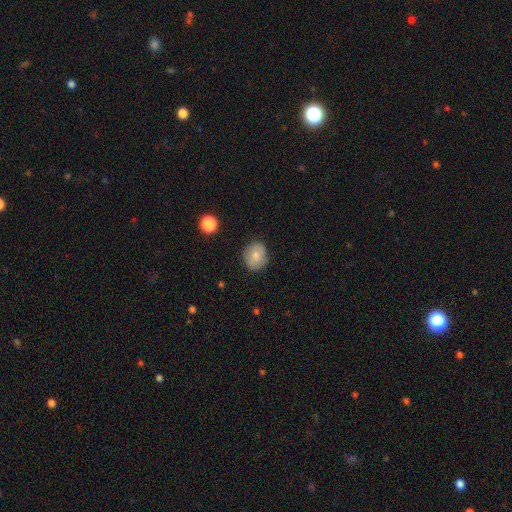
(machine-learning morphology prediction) Smooth or featured?
  - smooth: 77% *
  - featured or disk: 14%
  - star or artifact: 9%
How rounded?
  - round: 69% *
  - in between: 30%
  - cigar-shaped: 1%
Merging?
  - none: 82% *
  - minor disturbance: 13%
  - major disturbance: 3%
  - merger: 1%